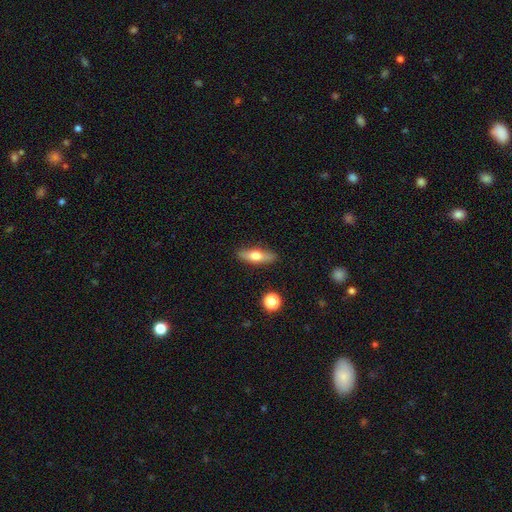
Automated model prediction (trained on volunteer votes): A smooth galaxy with no disk features (60%) that is in between round and cigar-shaped (50%). Merging: none (87%).